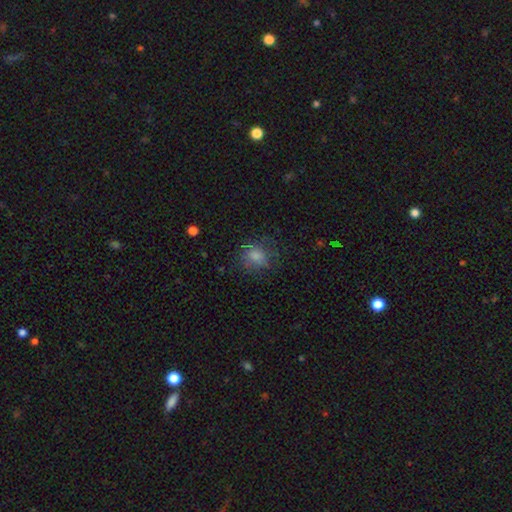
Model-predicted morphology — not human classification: smooth_or_featured: smooth (p=0.70) [alt: star or artifact p=0.16]
how_rounded: round (p=0.69) [alt: in between p=0.30]
merging: none (p=0.72) [alt: minor disturbance p=0.18]